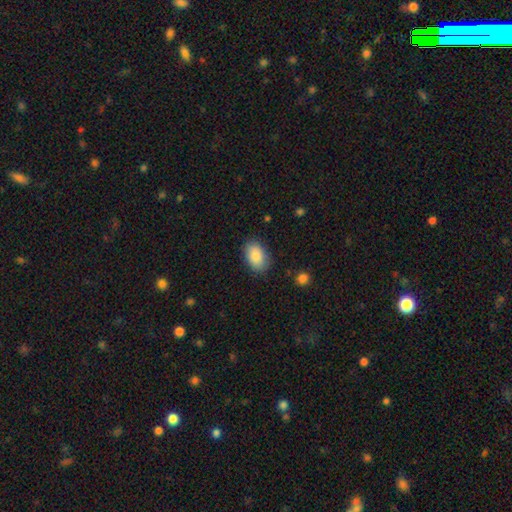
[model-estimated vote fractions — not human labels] smooth-or-featured: smooth: 87% | featured or disk: 7% | star or artifact: 7%
  how-rounded: in between: 90% | round: 9% | cigar-shaped: 1%
  merging: none: 84% | minor disturbance: 11% | major disturbance: 3% | merger: 1%